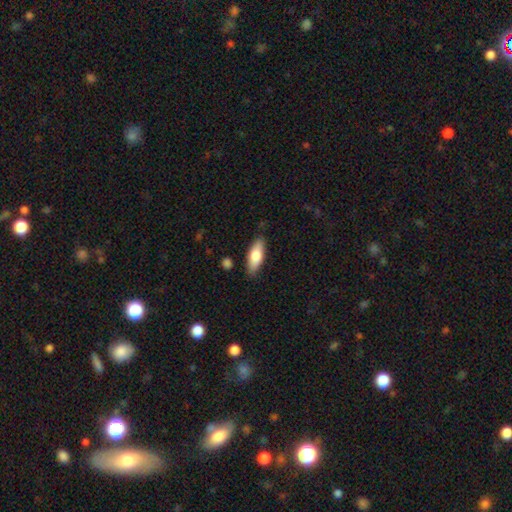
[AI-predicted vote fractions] smooth-or-featured: smooth: 74% | featured or disk: 20% | star or artifact: 6%
  how-rounded: in between: 69% | cigar-shaped: 29% | round: 2%
  merging: none: 85% | minor disturbance: 11% | major disturbance: 2% | merger: 2%